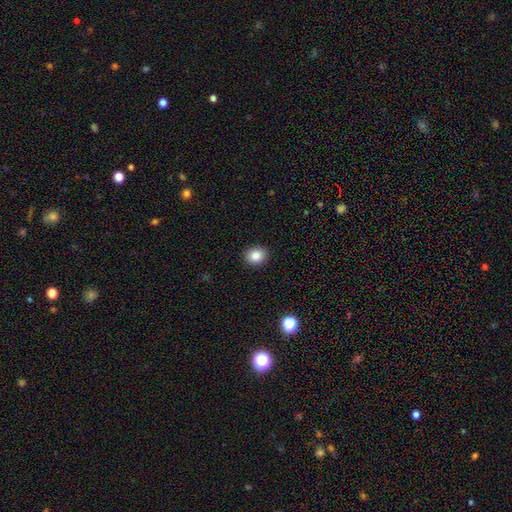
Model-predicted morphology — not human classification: Overall: smooth (85%). How rounded: round (67%; in between 32%). Merging: none (91%).